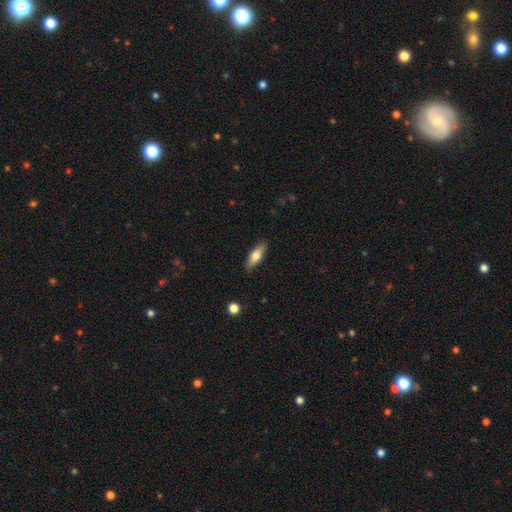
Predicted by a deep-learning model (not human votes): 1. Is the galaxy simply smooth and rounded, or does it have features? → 67% smooth, 27% featured or disk, 6% star or artifact.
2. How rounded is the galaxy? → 50% in between, 48% cigar-shaped, 2% round.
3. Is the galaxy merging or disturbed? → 88% none, 9% minor disturbance, 2% major disturbance, 1% merger.